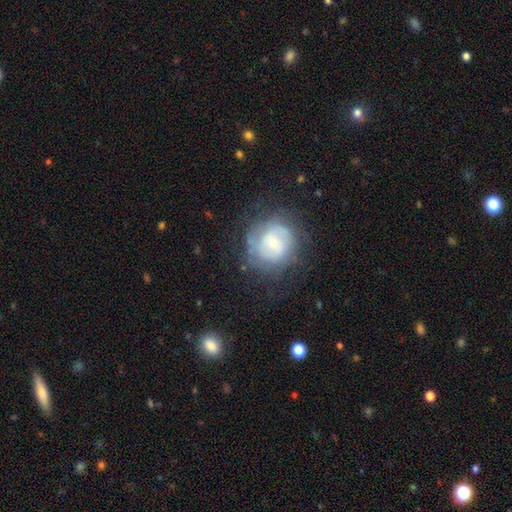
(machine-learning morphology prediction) smooth_or_featured: featured or disk (p=0.58) [alt: smooth p=0.25]
disk_edge_on: no (p=0.96) [alt: yes p=0.04]
bar: no (p=0.48) [alt: weak p=0.39]
has_spiral_arms: yes (p=0.82) [alt: no p=0.18]
bulge_size: small (p=0.40) [alt: moderate p=0.38]
merging: none (p=0.77) [alt: minor disturbance p=0.14]